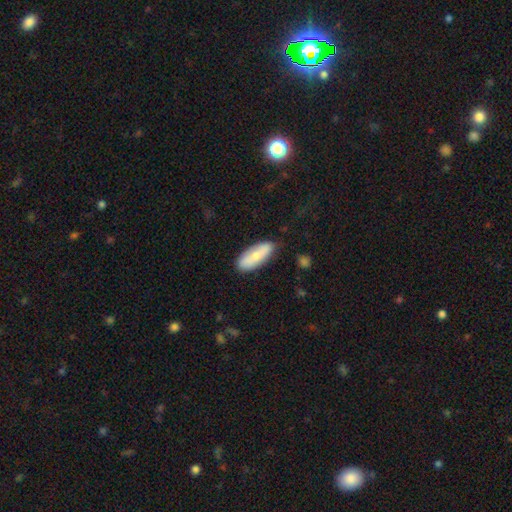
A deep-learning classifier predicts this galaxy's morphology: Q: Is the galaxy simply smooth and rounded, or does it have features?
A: smooth — 69%.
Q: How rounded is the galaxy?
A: in between — 69%.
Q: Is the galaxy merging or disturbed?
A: none — 80%.